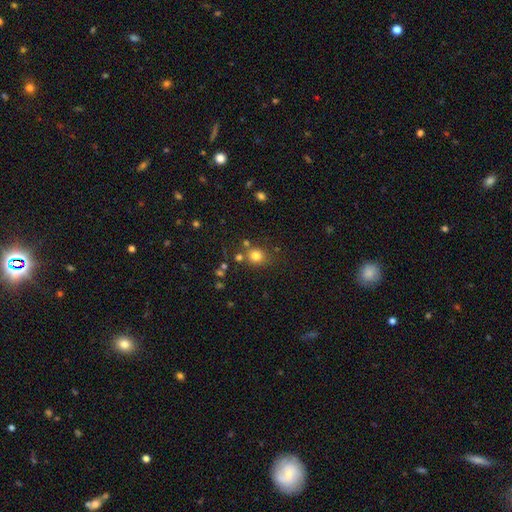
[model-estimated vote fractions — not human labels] Smooth or featured? Predicted: smooth (p=0.78). How rounded? Predicted: round (p=0.82). Merging? Predicted: none (p=0.72).